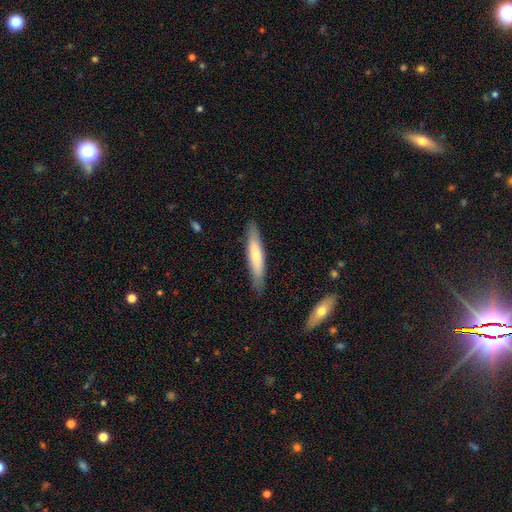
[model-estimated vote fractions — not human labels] smooth 60%, featured or disk 34%, star or artifact 5%. Down the decision tree: how rounded — cigar-shaped (88%); merging — none (86%).